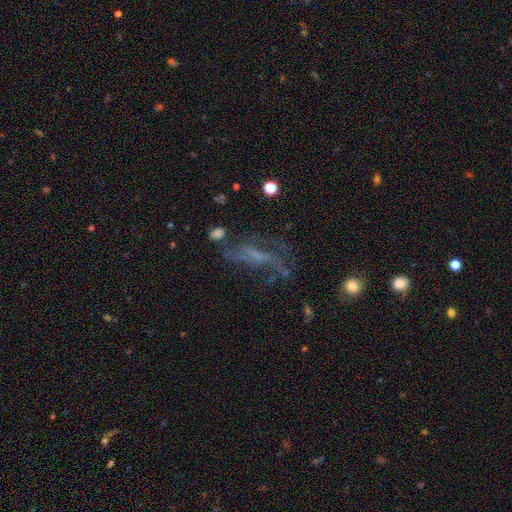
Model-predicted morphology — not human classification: Smooth or featured? Predicted: featured or disk (p=0.57). Edge-on disk? Predicted: no (p=0.81). Merging? Predicted: none (p=0.43).